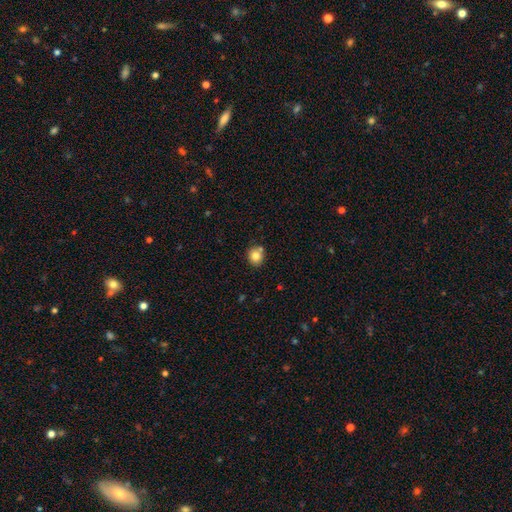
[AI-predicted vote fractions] smooth 81%, star or artifact 11%, featured or disk 9%. Down the decision tree: how rounded — round (83%); merging — none (73%).